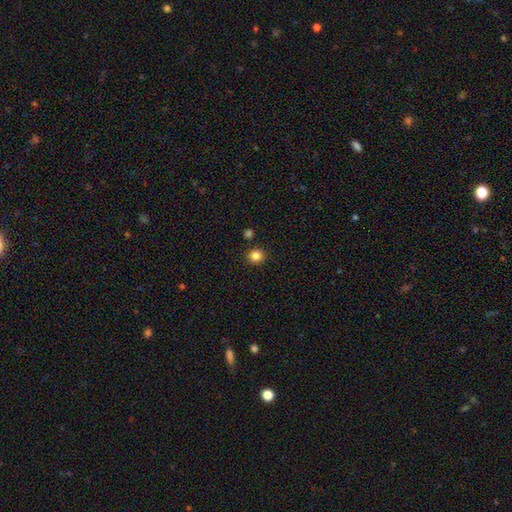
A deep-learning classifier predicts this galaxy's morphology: smooth_or_featured: smooth (p=0.84) [alt: star or artifact p=0.12]
how_rounded: round (p=0.90) [alt: in between p=0.09]
merging: none (p=0.89) [alt: minor disturbance p=0.06]